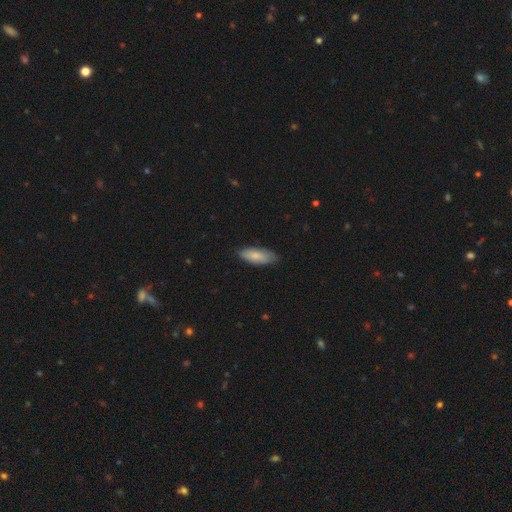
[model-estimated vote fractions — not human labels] Q: Smooth or featured?
A: smooth (81%); runner-up: featured or disk (13%)
Q: How rounded?
A: in between (75%); runner-up: cigar-shaped (23%)
Q: Merging?
A: none (74%); runner-up: minor disturbance (22%)